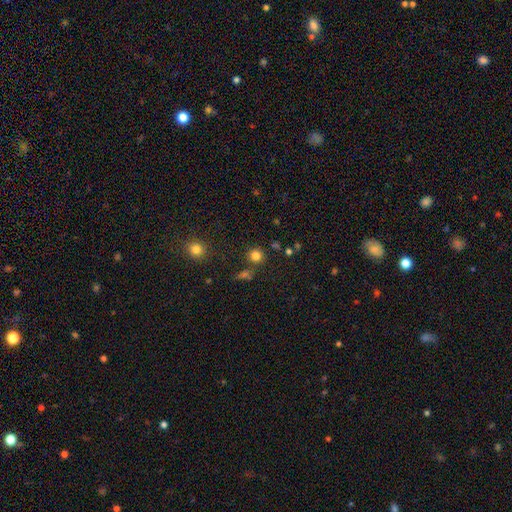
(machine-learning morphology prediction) smooth-or-featured: smooth: 79% | star or artifact: 15% | featured or disk: 5%
  how-rounded: round: 91% | in between: 8% | cigar-shaped: 1%
  merging: none: 81% | merger: 8% | minor disturbance: 8% | major disturbance: 3%